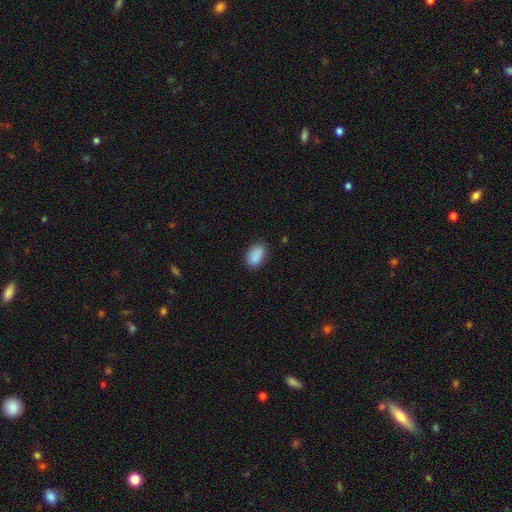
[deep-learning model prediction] smooth_or_featured: smooth (p=0.88) [alt: star or artifact p=0.08]
how_rounded: in between (p=0.88) [alt: round p=0.11]
merging: none (p=0.77) [alt: minor disturbance p=0.18]